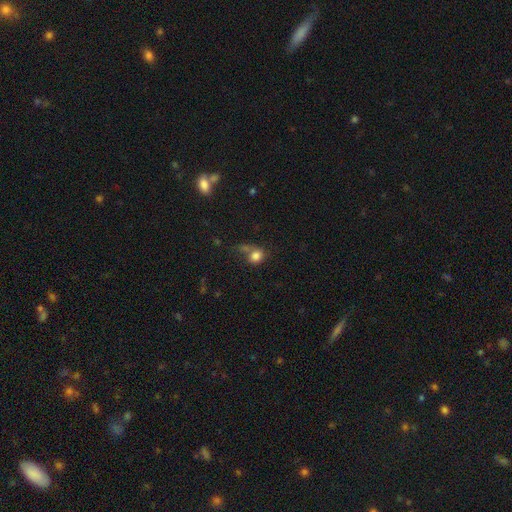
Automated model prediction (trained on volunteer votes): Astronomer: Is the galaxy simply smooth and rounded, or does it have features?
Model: smooth — 80%.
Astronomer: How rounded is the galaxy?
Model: round — 67%.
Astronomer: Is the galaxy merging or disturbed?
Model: none — 41% (runner-up: merger, 21%).